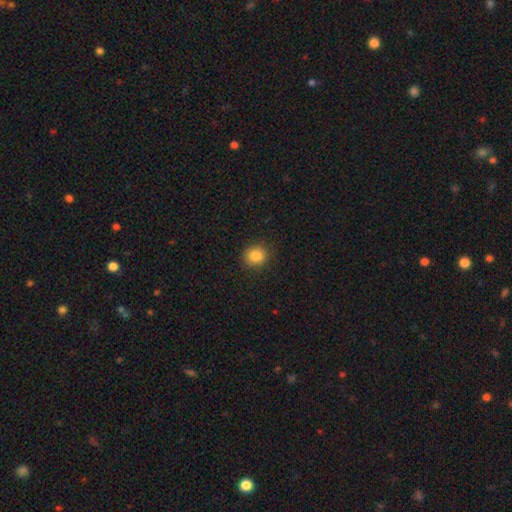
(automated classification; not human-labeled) Q: Smooth or featured?
A: smooth (85%); runner-up: star or artifact (11%)
Q: How rounded?
A: round (80%); runner-up: in between (19%)
Q: Merging?
A: none (88%); runner-up: minor disturbance (9%)